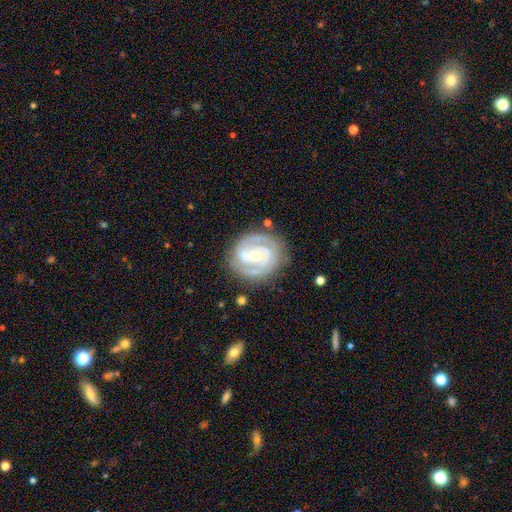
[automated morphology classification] This appears to be a featured or disk galaxy (89%) with a weak bar (40%), 2 (72%) tight (67%) spiral arms (96%) and a small central bulge (49%). Merging: none (80%).